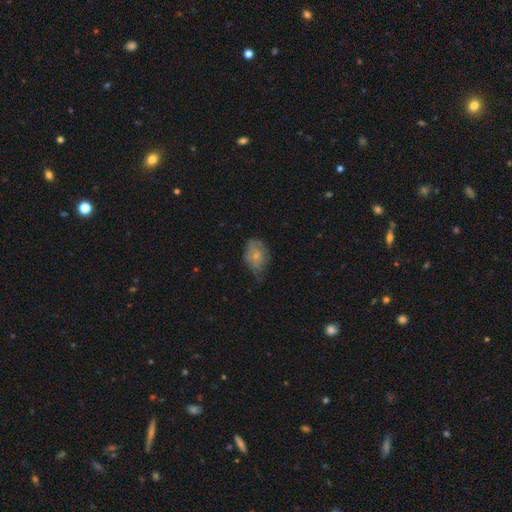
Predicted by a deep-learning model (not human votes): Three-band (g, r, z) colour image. It shows a smooth galaxy with no disk features (57%) that is in between round and cigar-shaped (79%). Merging: minor disturbance (42%).